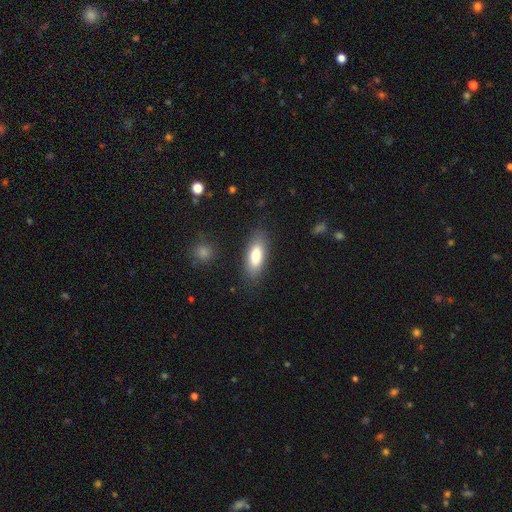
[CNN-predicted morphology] smooth 81%, featured or disk 13%, star or artifact 6%. Down the decision tree: how rounded — in between (75%); merging — none (84%).